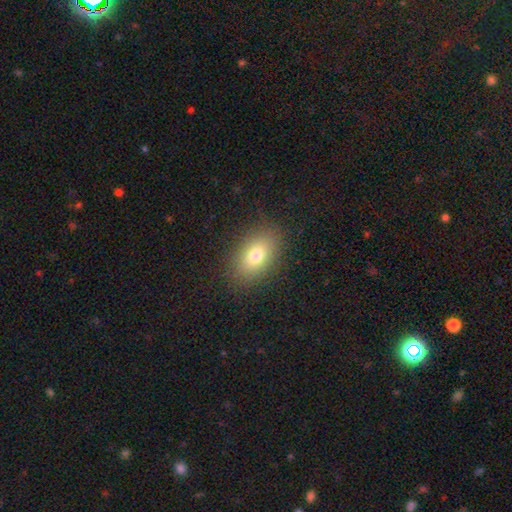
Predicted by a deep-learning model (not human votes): Morphology: type=smooth (77%); roundness=in between (86%); merging=none (86%).